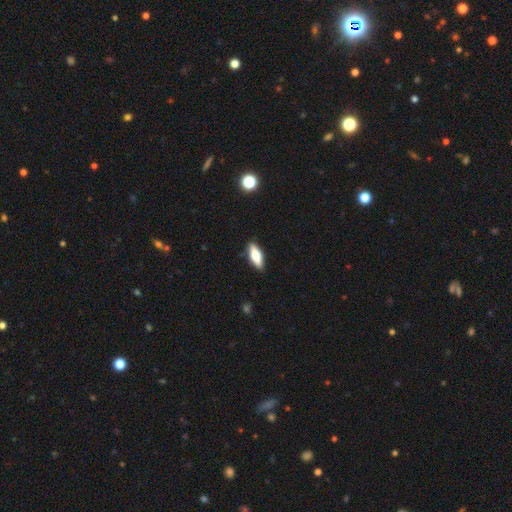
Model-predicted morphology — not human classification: Smooth or featured? Predicted: smooth (p=0.59). How rounded? Predicted: in between (p=0.64). Merging? Predicted: none (p=0.88).